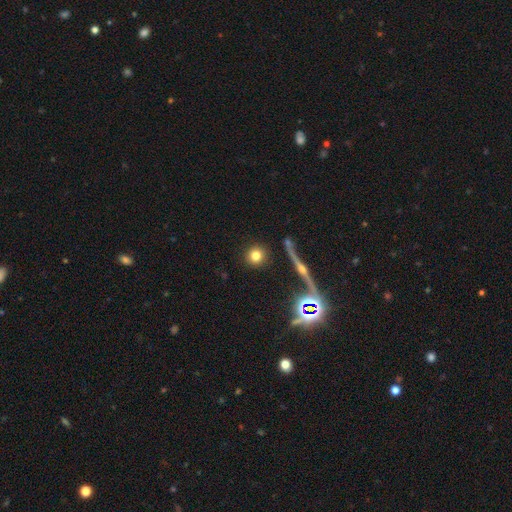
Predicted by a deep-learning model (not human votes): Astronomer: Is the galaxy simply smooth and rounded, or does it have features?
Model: smooth — 76%.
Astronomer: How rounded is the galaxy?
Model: round — 93%.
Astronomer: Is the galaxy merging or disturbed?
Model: none — 89%.